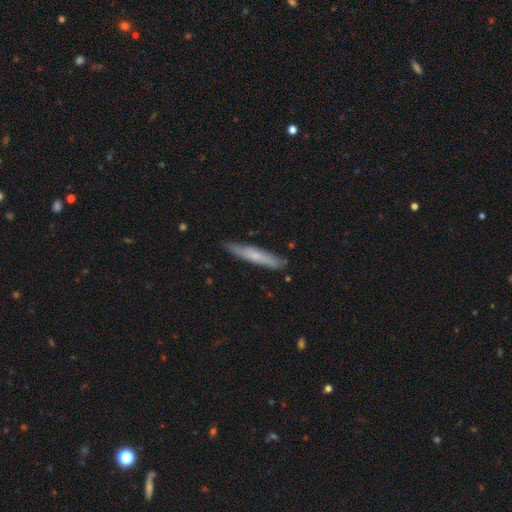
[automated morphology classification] smooth 58%, featured or disk 36%, star or artifact 6%. Down the decision tree: how rounded — cigar-shaped (93%); merging — none (84%).